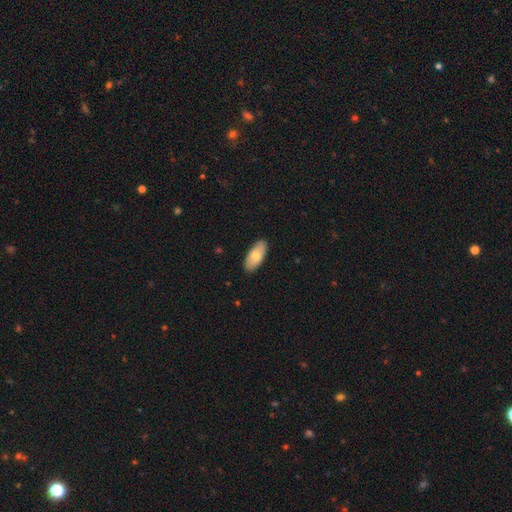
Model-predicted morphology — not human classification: smooth 74%, featured or disk 21%, star or artifact 5%. Down the decision tree: how rounded — in between (90%); merging — none (89%).